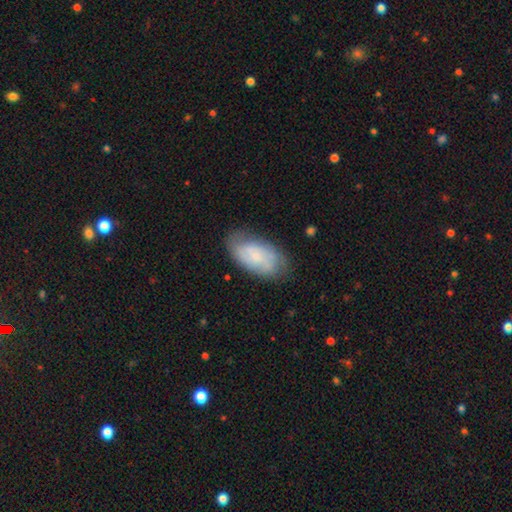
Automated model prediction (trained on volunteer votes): smooth-or-featured: featured or disk: 47% | smooth: 46% | star or artifact: 7%
  merging: none: 70% | minor disturbance: 22% | major disturbance: 6% | merger: 2%